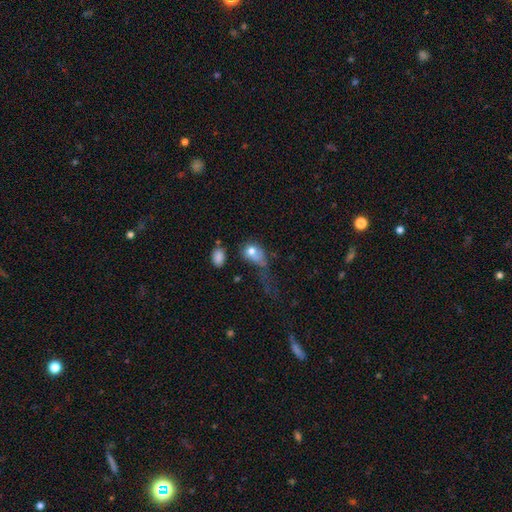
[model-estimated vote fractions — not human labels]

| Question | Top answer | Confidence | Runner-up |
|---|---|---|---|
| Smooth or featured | smooth | 71% | featured or disk (19%) |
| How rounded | in between | 56% | round (41%) |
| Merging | major disturbance | 50% | none (18%) |